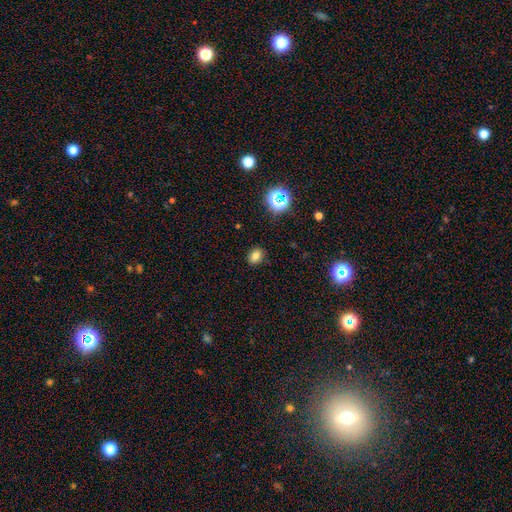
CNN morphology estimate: smooth 75%, star or artifact 17%, featured or disk 8%. Down the decision tree: how rounded — in between (63%); merging — none (86%).